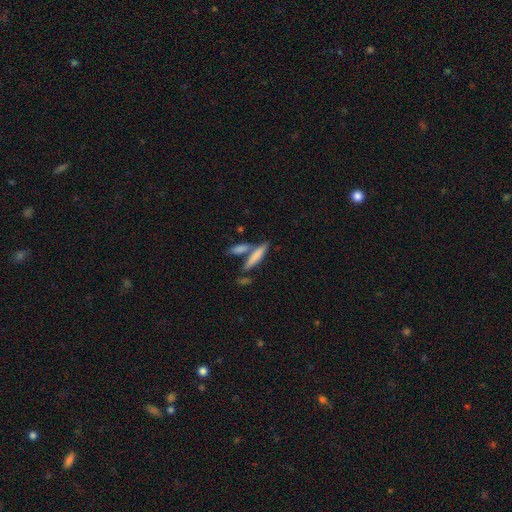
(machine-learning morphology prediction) smooth-or-featured: smooth: 70% | featured or disk: 23% | star or artifact: 7%
  how-rounded: cigar-shaped: 79% | in between: 18% | round: 3%
  merging: none: 56% | merger: 29% | minor disturbance: 11% | major disturbance: 4%